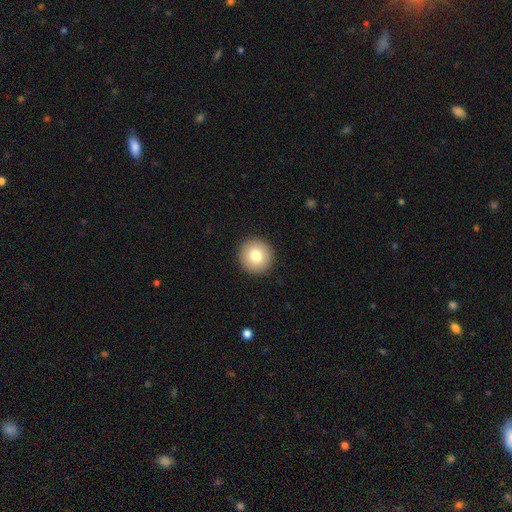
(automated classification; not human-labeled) Q: Smooth or featured?
A: smooth (80%); runner-up: featured or disk (12%)
Q: How rounded?
A: round (95%); runner-up: in between (4%)
Q: Merging?
A: none (93%); runner-up: minor disturbance (4%)